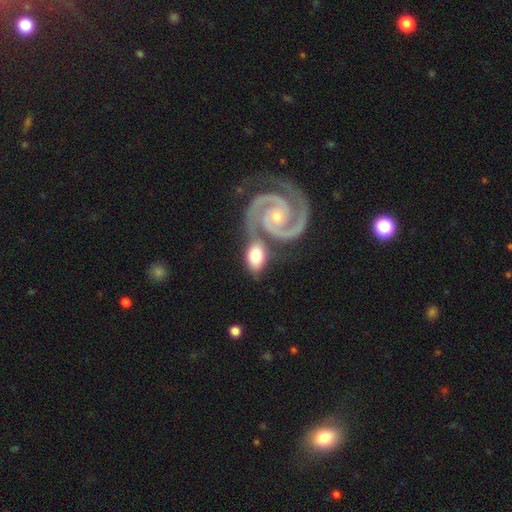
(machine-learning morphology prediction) This is possibly a featured or disk galaxy (60%). It is clearly not viewed edge-on (94%). Bar: likely no (62%). Spiral arm pattern: clearly yes (93%). Spiral arm count: clearly 2 (90%). Spiral winding: possibly tight (46%). Central bulge: possibly moderate (45%). Merging: possibly none (47%).